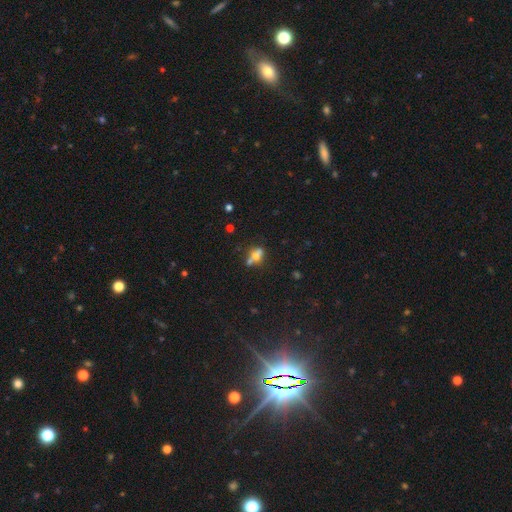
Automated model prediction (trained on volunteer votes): A smooth galaxy with no disk features (57%) that is in between round and cigar-shaped (57%).

Vote fractions:
- Smooth or featured? smooth: 57% / featured or disk: 27% / star or artifact: 16%
- How rounded? in between: 57% / round: 37% / cigar-shaped: 6%
- Merging? merger: 41% / none: 37% / minor disturbance: 14% / major disturbance: 8%